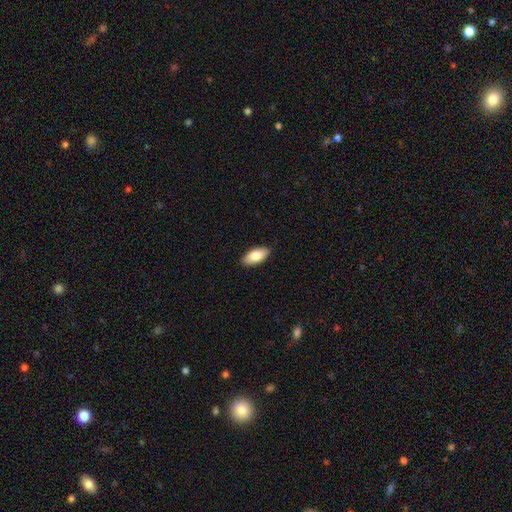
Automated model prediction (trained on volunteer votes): Morphology: type=smooth (84%); roundness=in between (90%); merging=none (87%).